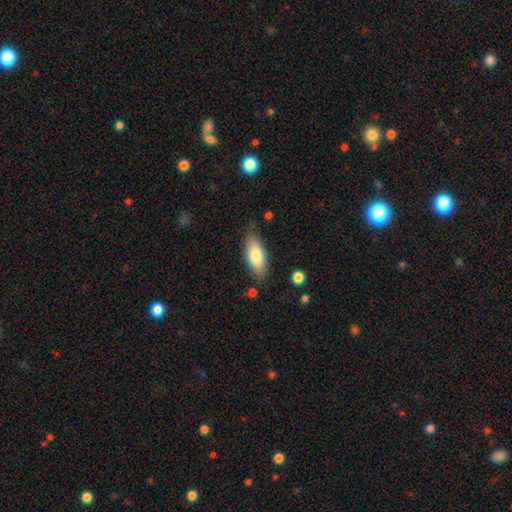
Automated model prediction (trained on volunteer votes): Smooth or featured?
  - smooth: 77% *
  - featured or disk: 17%
  - star or artifact: 6%
How rounded?
  - in between: 81% *
  - cigar-shaped: 17%
  - round: 2%
Merging?
  - none: 75% *
  - minor disturbance: 19%
  - major disturbance: 4%
  - merger: 2%